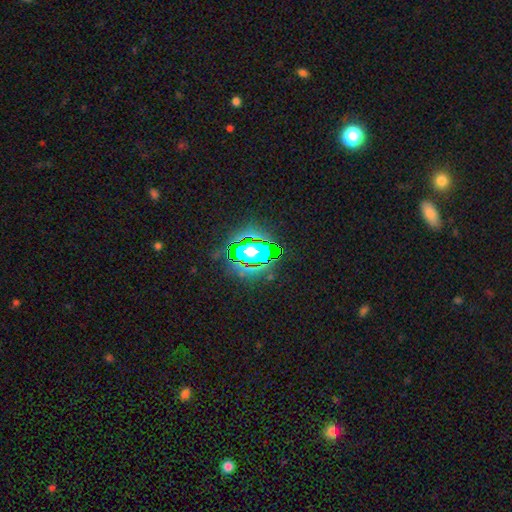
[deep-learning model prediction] star or artifact 53%, smooth 29%, featured or disk 18%.